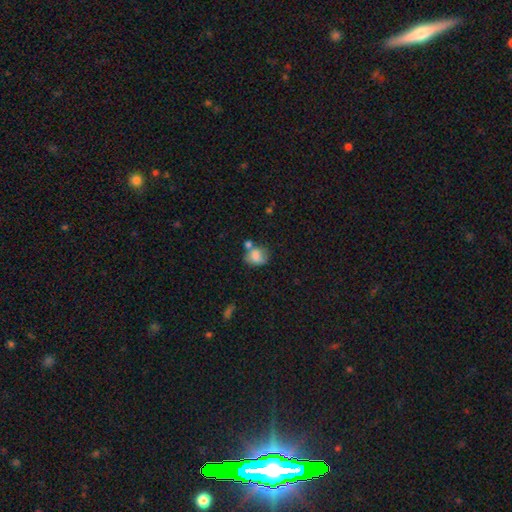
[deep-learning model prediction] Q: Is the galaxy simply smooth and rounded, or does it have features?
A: smooth — 76%.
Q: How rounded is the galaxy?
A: round — 52%.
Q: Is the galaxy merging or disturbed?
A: none — 44%.